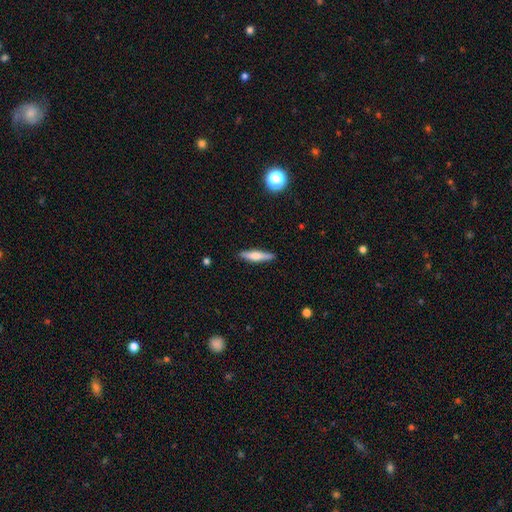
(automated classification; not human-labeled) Overall: smooth (54%; featured or disk 39%). How rounded: cigar-shaped (82%). Merging: none (89%).